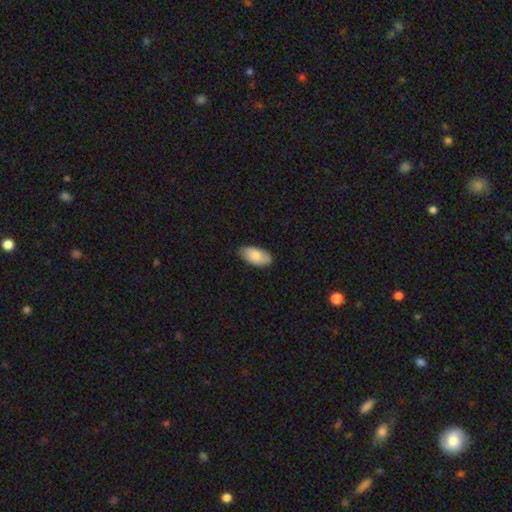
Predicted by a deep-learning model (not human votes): This appears to be a smooth galaxy with no disk features (85%) that is in between round and cigar-shaped (94%). Merging: none (81%).